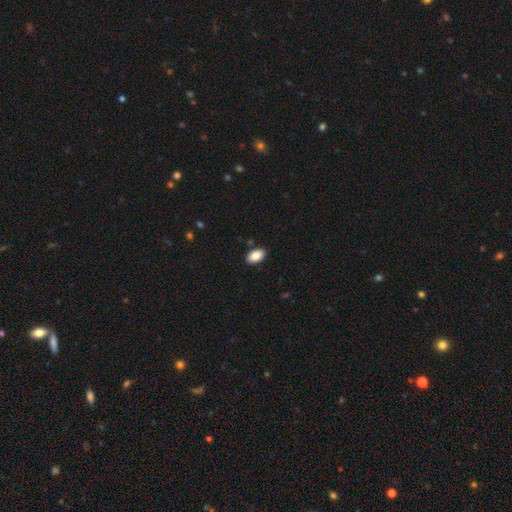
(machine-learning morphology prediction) smooth_or_featured: smooth (p=0.87) [alt: star or artifact p=0.07]
how_rounded: in between (p=0.93) [alt: round p=0.05]
merging: none (p=0.89) [alt: minor disturbance p=0.08]